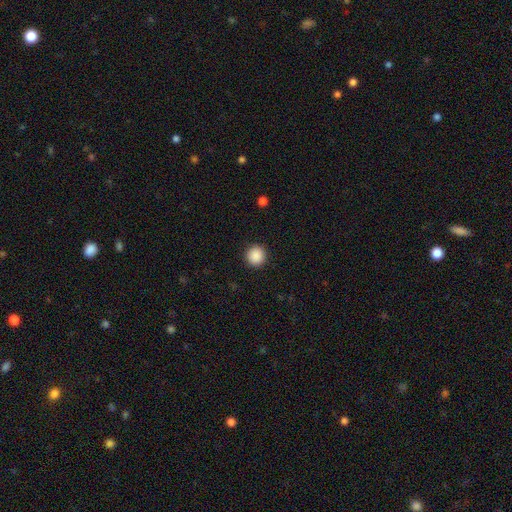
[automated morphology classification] This is clearly a smooth galaxy (89%). How rounded: clearly round (94%). Merging: clearly none (92%).